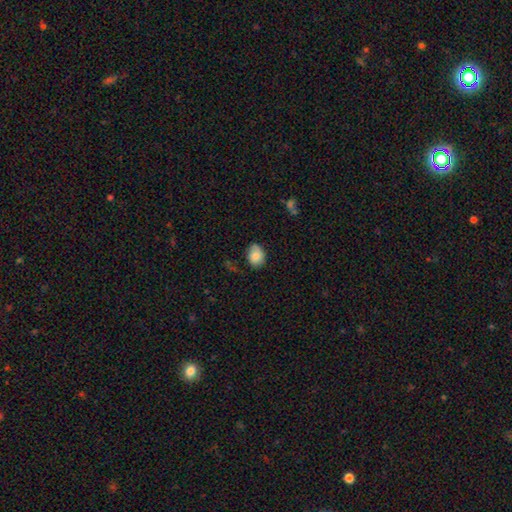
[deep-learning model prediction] A smooth galaxy with no disk features (84%) that is in between round and cigar-shaped (65%).

Vote fractions:
- Smooth or featured? smooth: 84% / featured or disk: 8% / star or artifact: 8%
- How rounded? in between: 65% / round: 34% / cigar-shaped: 1%
- Merging? none: 69% / minor disturbance: 25% / major disturbance: 4% / merger: 2%